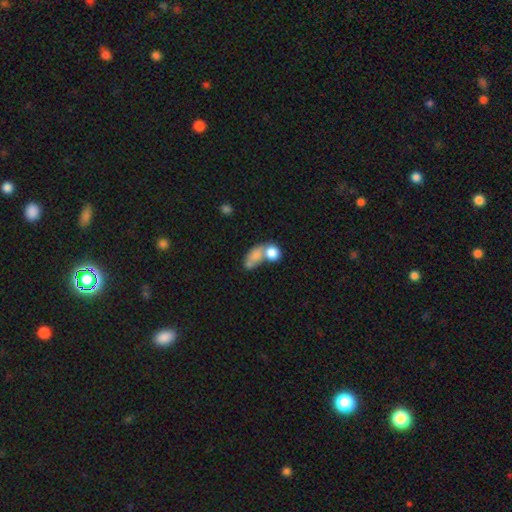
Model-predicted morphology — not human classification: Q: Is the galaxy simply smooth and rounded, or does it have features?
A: smooth — 76%.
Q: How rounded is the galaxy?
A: in between — 69%.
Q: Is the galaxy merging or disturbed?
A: merger — 62%.